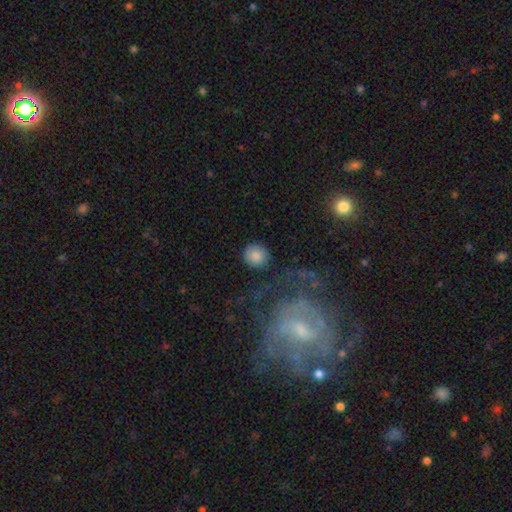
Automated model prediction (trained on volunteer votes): Morphology: type=smooth (82%); roundness=round (93%); merging=none (84%).